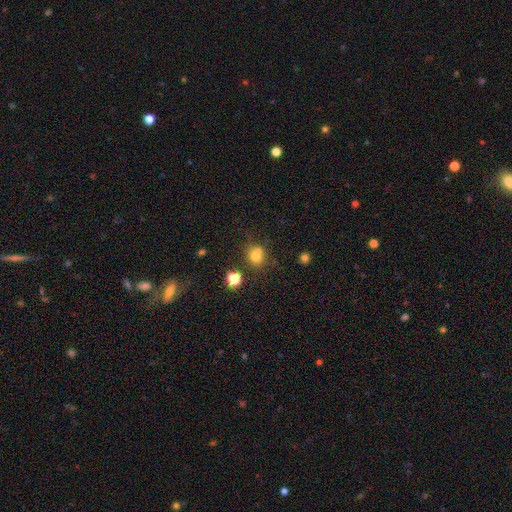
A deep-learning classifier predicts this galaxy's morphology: type=smooth (72%); roundness=round (79%); merging=none (52%).